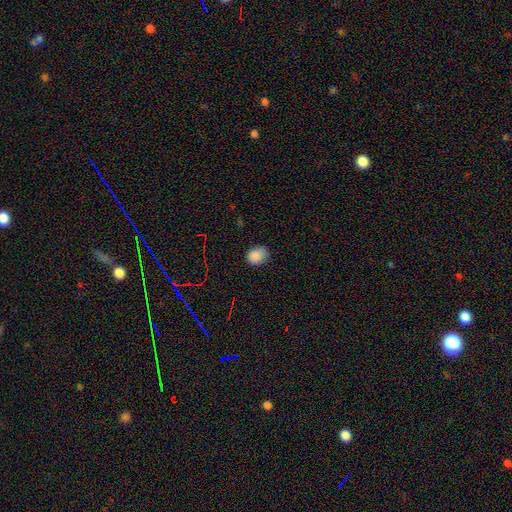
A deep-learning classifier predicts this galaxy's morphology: smooth 85%, star or artifact 11%, featured or disk 4%. Down the decision tree: how rounded — round (53%); merging — none (72%).